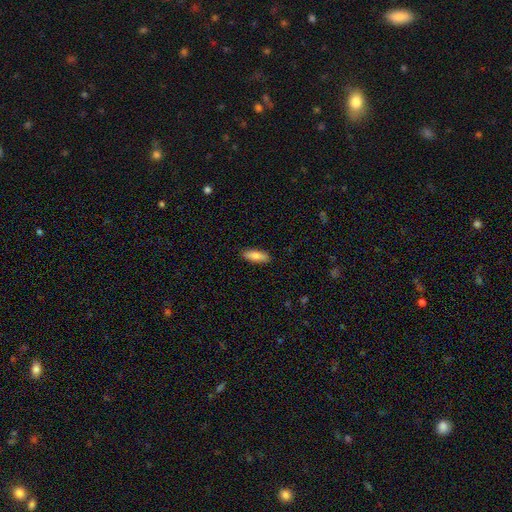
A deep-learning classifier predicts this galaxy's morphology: A smooth galaxy with no disk features (83%) that is in between round and cigar-shaped (56%).

Vote fractions:
- Smooth or featured? smooth: 83% / featured or disk: 11% / star or artifact: 6%
- How rounded? in between: 56% / cigar-shaped: 42% / round: 2%
- Merging? none: 88% / minor disturbance: 9% / major disturbance: 2% / merger: 1%